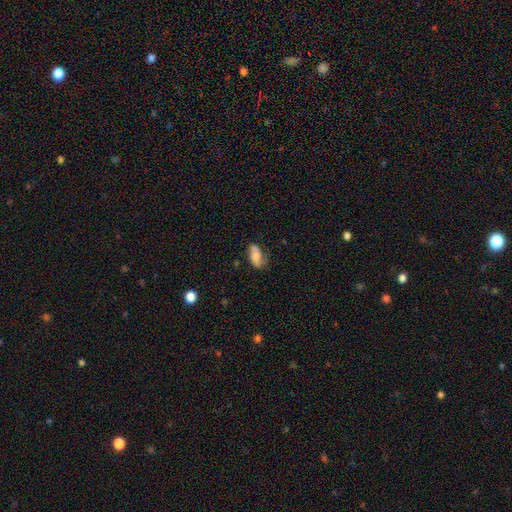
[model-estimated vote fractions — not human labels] Overall: smooth (66%). How rounded: in between (89%). Merging: none (58%; minor disturbance 29%).